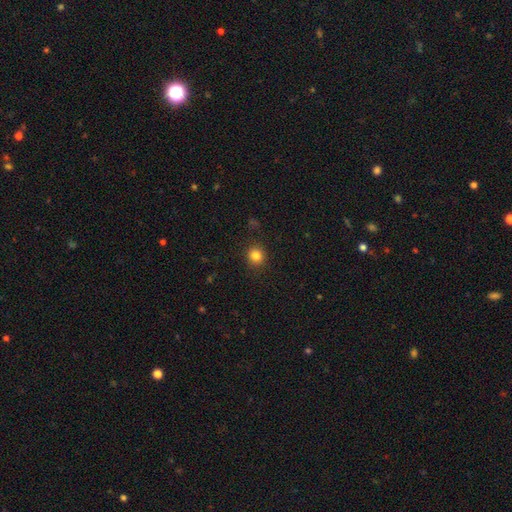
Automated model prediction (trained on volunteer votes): Smooth or featured?
  - smooth: 83% *
  - star or artifact: 12%
  - featured or disk: 5%
How rounded?
  - round: 89% *
  - in between: 10%
  - cigar-shaped: 1%
Merging?
  - none: 90% *
  - minor disturbance: 7%
  - major disturbance: 2%
  - merger: 1%